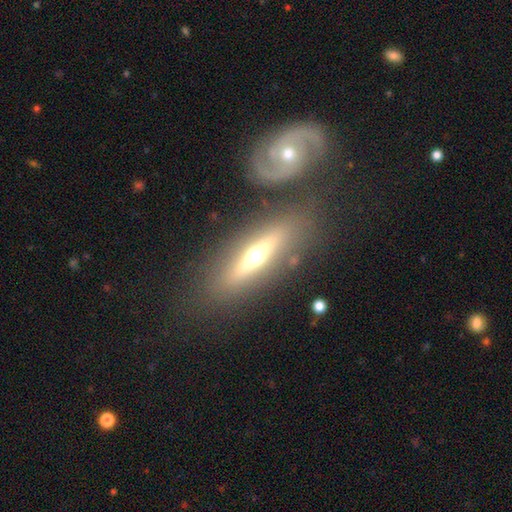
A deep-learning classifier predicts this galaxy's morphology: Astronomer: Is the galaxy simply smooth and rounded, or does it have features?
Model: featured or disk — 64%.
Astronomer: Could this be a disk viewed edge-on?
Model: yes — 84%.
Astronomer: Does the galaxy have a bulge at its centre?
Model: rounded — 94%.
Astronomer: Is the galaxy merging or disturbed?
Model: none — 73%.